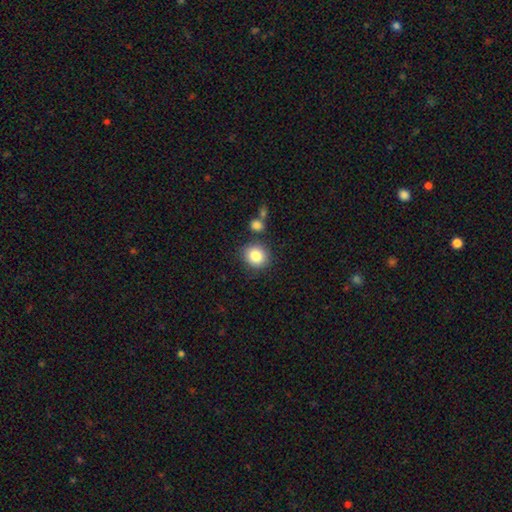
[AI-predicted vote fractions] Smooth or featured? Predicted: smooth (p=0.85). How rounded? Predicted: round (p=0.80). Merging? Predicted: none (p=0.80).